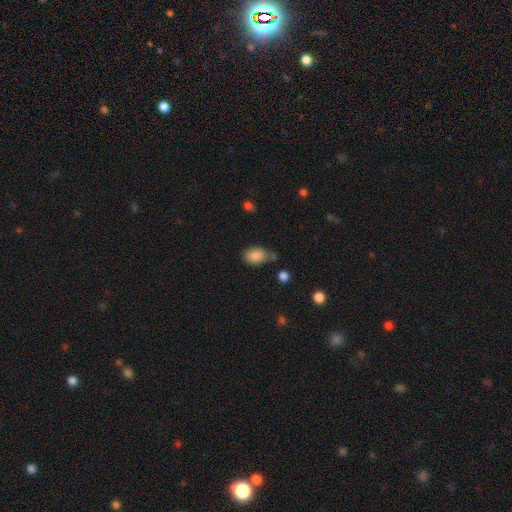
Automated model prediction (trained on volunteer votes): Smooth or featured?
  - smooth: 86% *
  - star or artifact: 9%
  - featured or disk: 6%
How rounded?
  - in between: 84% *
  - round: 15%
  - cigar-shaped: 1%
Merging?
  - none: 58% *
  - minor disturbance: 27%
  - merger: 9%
  - major disturbance: 7%